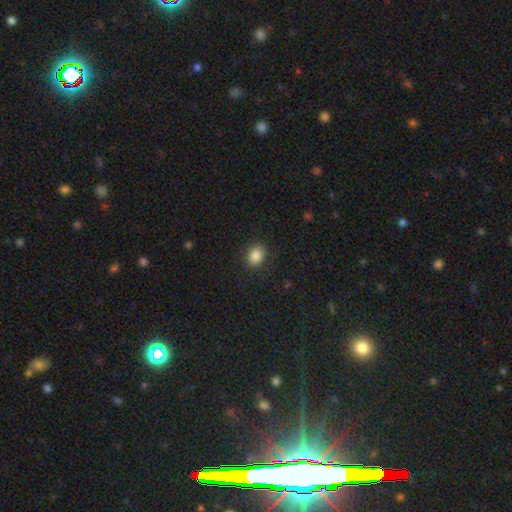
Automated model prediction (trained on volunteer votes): Morphology: type=smooth (85%); roundness=round (56%); merging=none (89%).